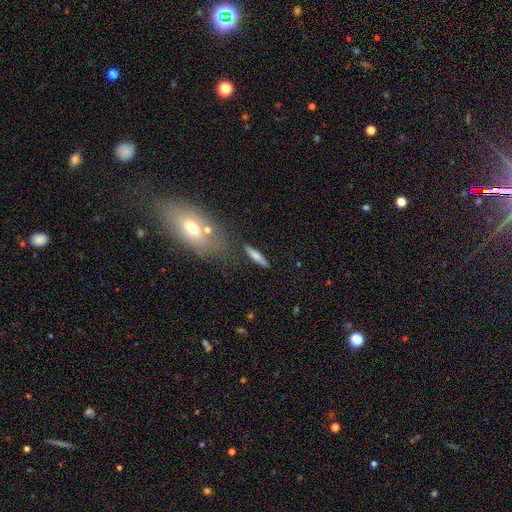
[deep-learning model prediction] Q: Smooth or featured?
A: smooth (71%); runner-up: featured or disk (22%)
Q: How rounded?
A: cigar-shaped (78%); runner-up: in between (19%)
Q: Merging?
A: none (78%); runner-up: minor disturbance (12%)